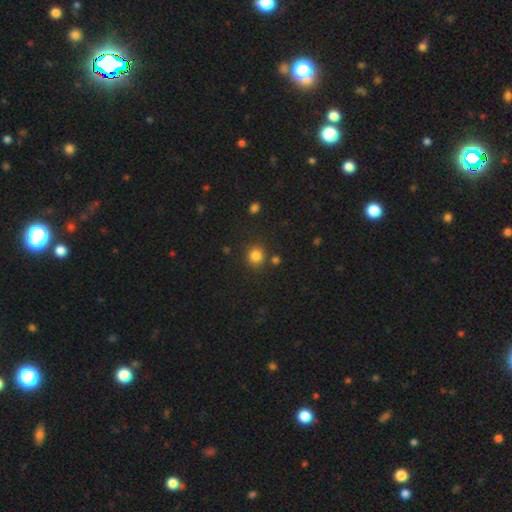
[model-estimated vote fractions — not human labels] This appears to be a smooth galaxy with no disk features (84%) that is round (87%). Merging: none (82%).